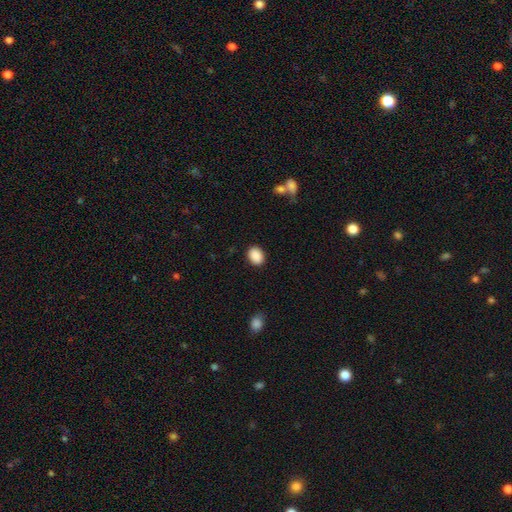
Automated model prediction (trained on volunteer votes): A smooth galaxy with no disk features (90%) that is in between round and cigar-shaped (65%).

Vote fractions:
- Smooth or featured? smooth: 90% / star or artifact: 8% / featured or disk: 3%
- How rounded? in between: 65% / round: 34% / cigar-shaped: 1%
- Merging? none: 89% / minor disturbance: 8% / major disturbance: 2% / merger: 1%